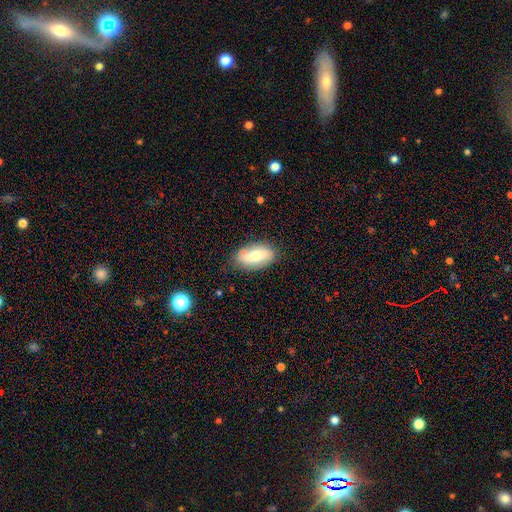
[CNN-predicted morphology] smooth_or_featured: smooth (p=0.55) [alt: featured or disk p=0.39]
how_rounded: in between (p=0.89) [alt: cigar-shaped p=0.07]
merging: none (p=0.75) [alt: minor disturbance p=0.17]